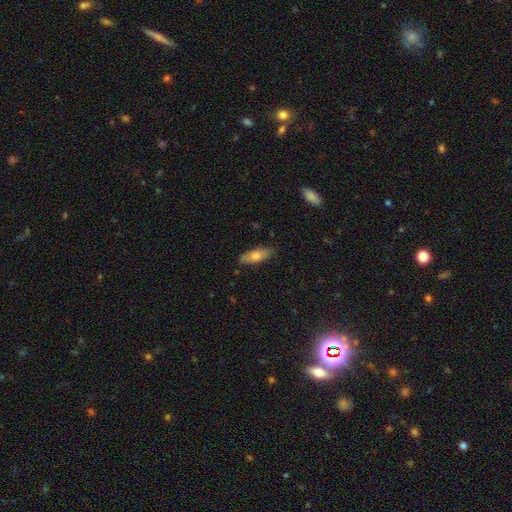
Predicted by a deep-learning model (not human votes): Smooth or featured? Predicted: smooth (p=0.70). How rounded? Predicted: in between (p=0.61). Merging? Predicted: none (p=0.84).